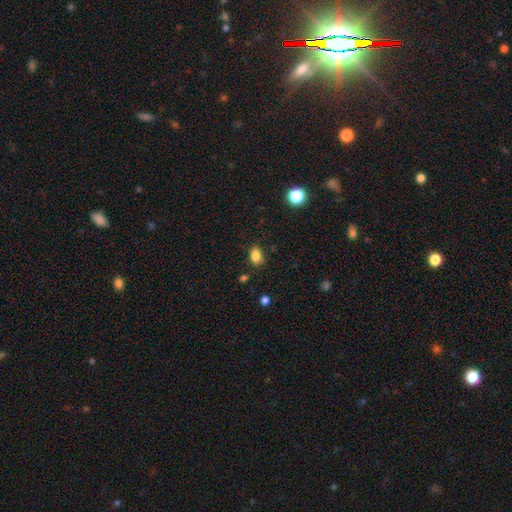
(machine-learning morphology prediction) smooth-or-featured: smooth: 84% | star or artifact: 10% | featured or disk: 6%
  how-rounded: in between: 75% | round: 24% | cigar-shaped: 1%
  merging: none: 82% | minor disturbance: 13% | major disturbance: 3% | merger: 2%